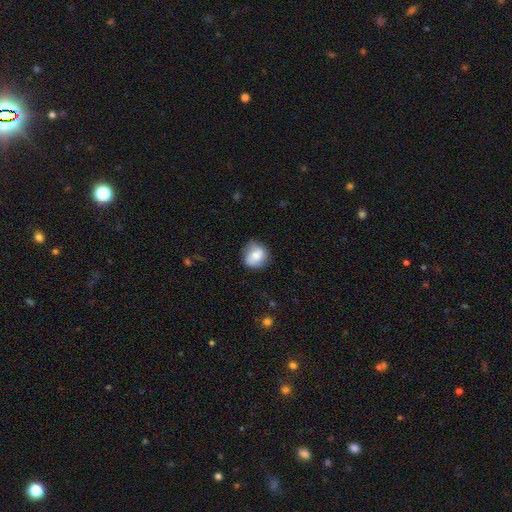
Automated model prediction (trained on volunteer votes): Smooth or featured? smooth (73%)
How rounded? round (76%)
Merging? none (68%)